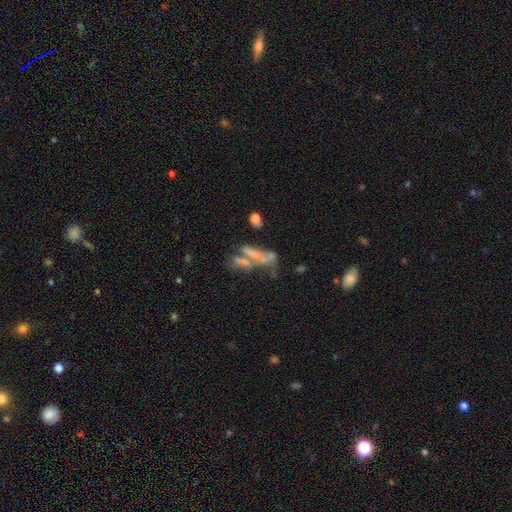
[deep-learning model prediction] featured or disk 45%, smooth 34%, star or artifact 22%. Down the decision tree: merging — merger (40%).